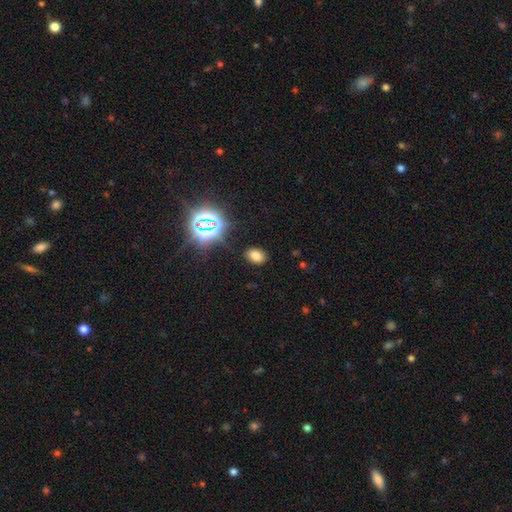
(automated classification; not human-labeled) smooth_or_featured: smooth (p=0.70) [alt: star or artifact p=0.23]
how_rounded: in between (p=0.77) [alt: round p=0.22]
merging: none (p=0.86) [alt: minor disturbance p=0.09]